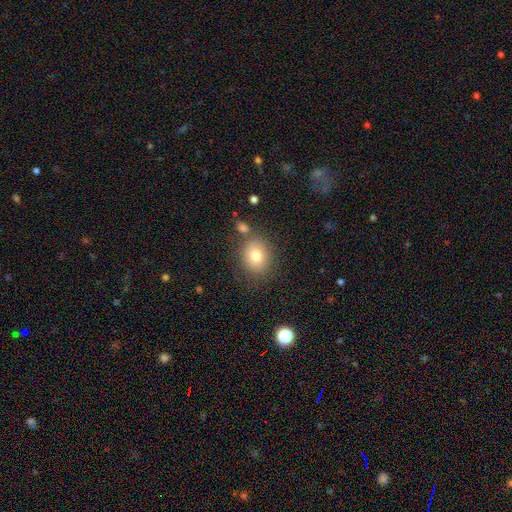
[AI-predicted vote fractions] Smooth or featured? smooth (78%)
How rounded? round (66%)
Merging? none (74%)